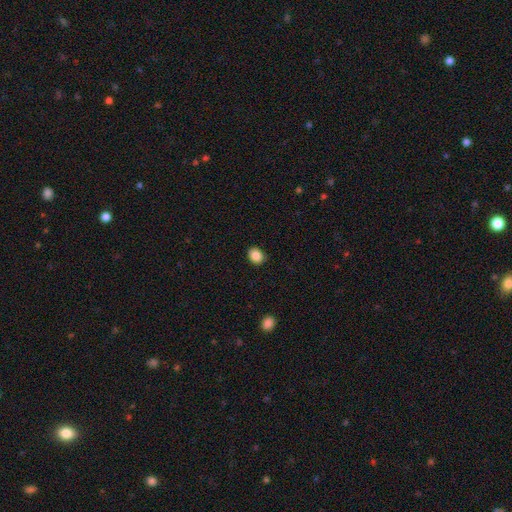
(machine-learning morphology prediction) Overall: smooth (88%). How rounded: in between (50%; round 49%). Merging: none (89%).